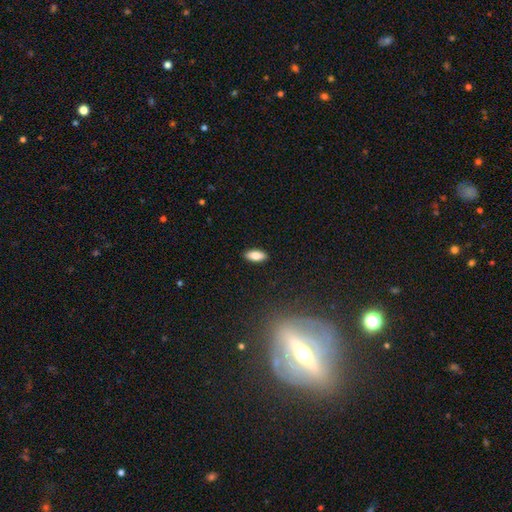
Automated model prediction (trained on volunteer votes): Smooth or featured: smooth — 81% (featured or disk — 12%)
How rounded: in between — 84% (cigar-shaped — 13%)
Merging: none — 90% (minor disturbance — 8%)